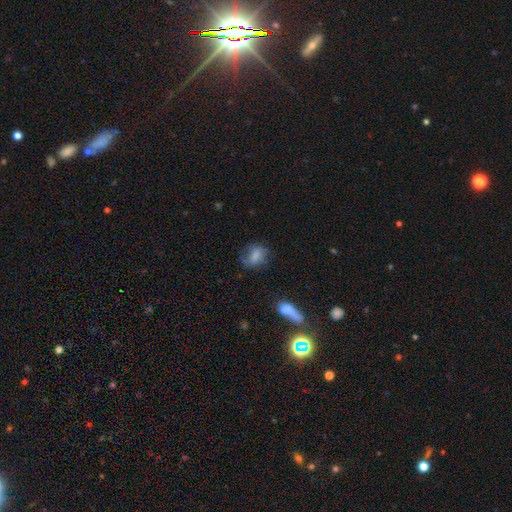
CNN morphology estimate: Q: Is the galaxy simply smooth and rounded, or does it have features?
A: smooth — 67%.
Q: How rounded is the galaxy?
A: in between — 61%.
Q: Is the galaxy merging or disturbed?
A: none — 53%.